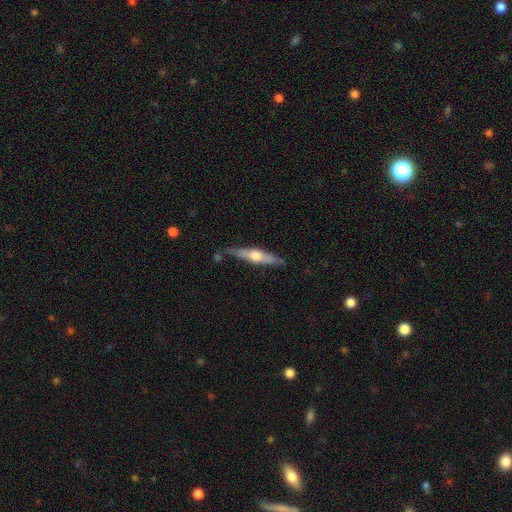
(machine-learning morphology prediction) A featured or disk galaxy (65%) viewed edge-on (95%) with a rounded central bulge (91%).

Vote fractions:
- Smooth or featured? featured or disk: 65% / smooth: 30% / star or artifact: 5%
- Edge-on disk? yes: 95% / no: 5%
- Edge-on bulge? rounded: 91% / boxy: 6% / none: 3%
- Merging? none: 80% / minor disturbance: 14% / merger: 3% / major disturbance: 3%